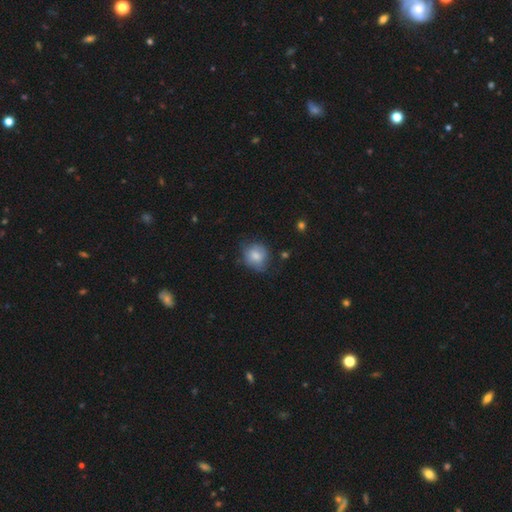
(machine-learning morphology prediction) Smooth or featured? smooth (74%)
How rounded? round (75%)
Merging? none (60%)